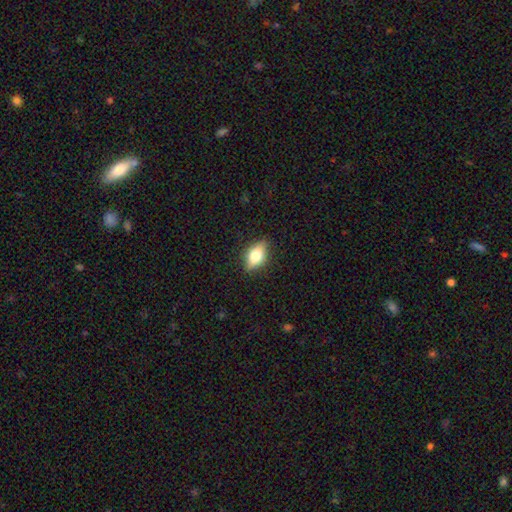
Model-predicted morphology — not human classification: Smooth or featured: smooth — 62% (featured or disk — 29%)
How rounded: in between — 80% (round — 11%)
Merging: none — 84% (minor disturbance — 12%)